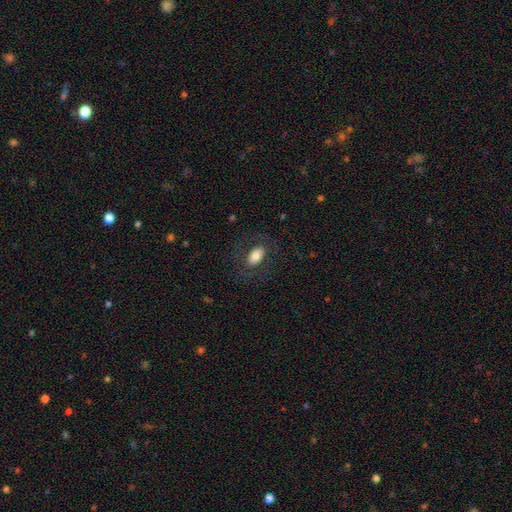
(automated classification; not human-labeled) smooth_or_featured: smooth (p=0.72) [alt: featured or disk p=0.20]
how_rounded: in between (p=0.90) [alt: round p=0.08]
merging: none (p=0.77) [alt: minor disturbance p=0.13]